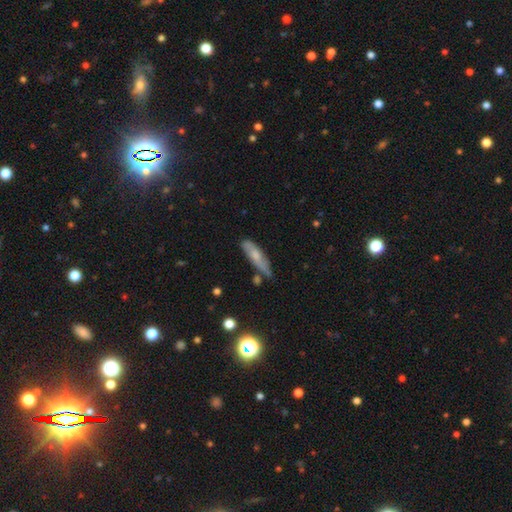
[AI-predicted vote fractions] This is possibly a smooth galaxy (55%). How rounded: likely cigar-shaped (66%). Merging: likely none (66%).